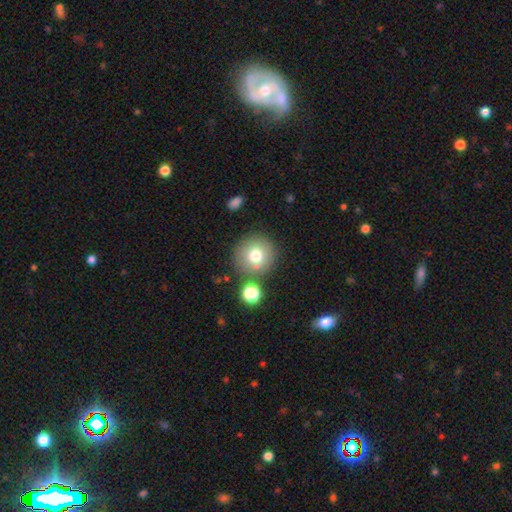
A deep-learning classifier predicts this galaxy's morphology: A smooth galaxy with no disk features (74%) that is round (94%).

Vote fractions:
- Smooth or featured? smooth: 74% / featured or disk: 14% / star or artifact: 12%
- How rounded? round: 94% / in between: 5% / cigar-shaped: 1%
- Merging? none: 77% / minor disturbance: 10% / merger: 10% / major disturbance: 4%